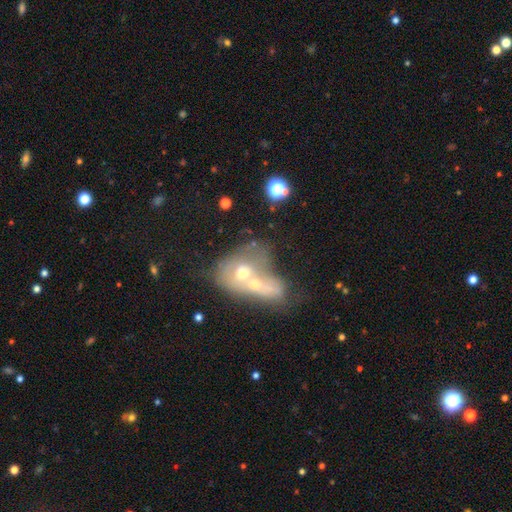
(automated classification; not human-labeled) A smooth galaxy with no disk features (44%).

Vote fractions:
- Smooth or featured? smooth: 44% / featured or disk: 43% / star or artifact: 13%
- Merging? merger: 79% / none: 8% / major disturbance: 8% / minor disturbance: 5%